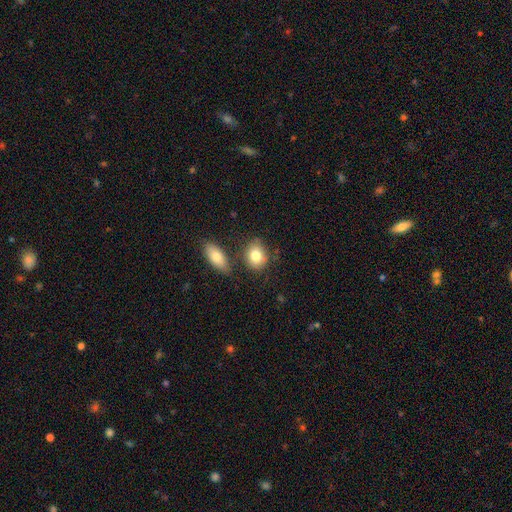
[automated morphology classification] This is clearly a smooth galaxy (81%). How rounded: possibly round (51%). Merging: likely none (70%).